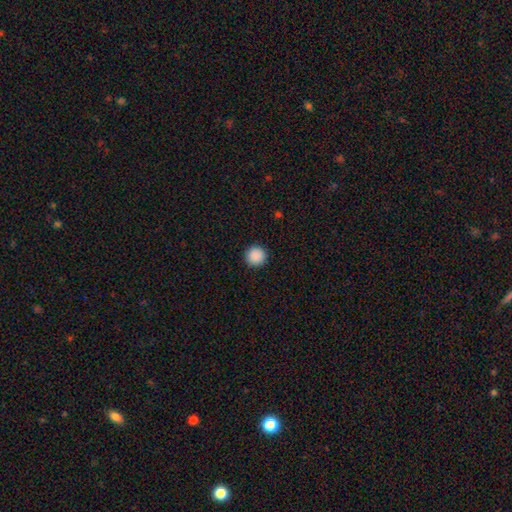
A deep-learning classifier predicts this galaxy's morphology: Q: Smooth or featured?
A: smooth (90%); runner-up: star or artifact (8%)
Q: How rounded?
A: round (96%); runner-up: in between (3%)
Q: Merging?
A: none (93%); runner-up: minor disturbance (5%)